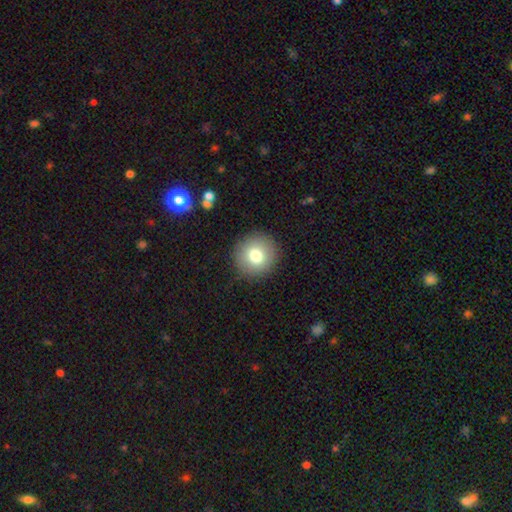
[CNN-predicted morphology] Smooth or featured? Predicted: smooth (p=0.77). How rounded? Predicted: round (p=0.94). Merging? Predicted: none (p=0.90).